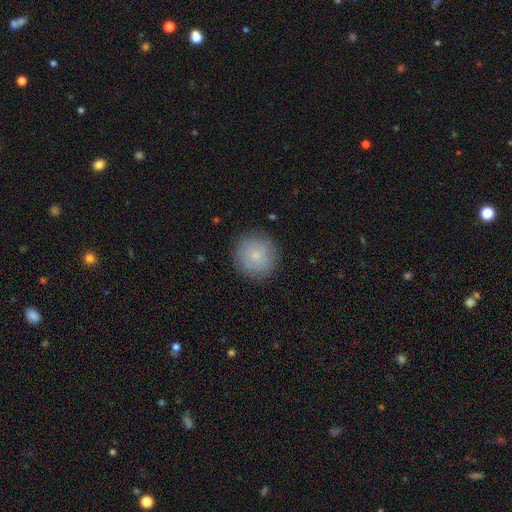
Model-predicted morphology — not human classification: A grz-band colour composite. It shows a smooth galaxy with no disk features (73%) that is round (94%). Merging: none (87%).